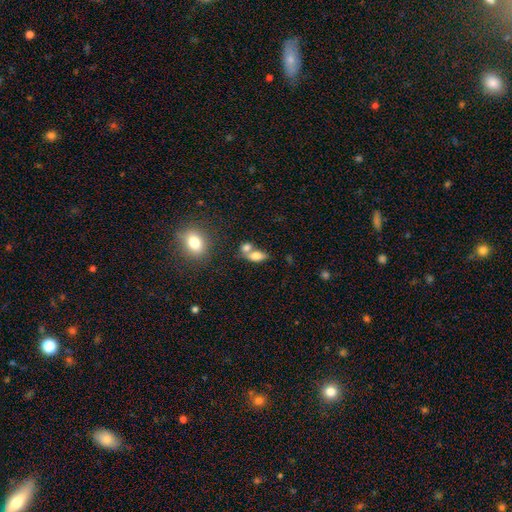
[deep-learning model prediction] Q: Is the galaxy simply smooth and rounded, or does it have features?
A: smooth — 75%.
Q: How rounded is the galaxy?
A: in between — 80%.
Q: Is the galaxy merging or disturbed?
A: merger — 49%.